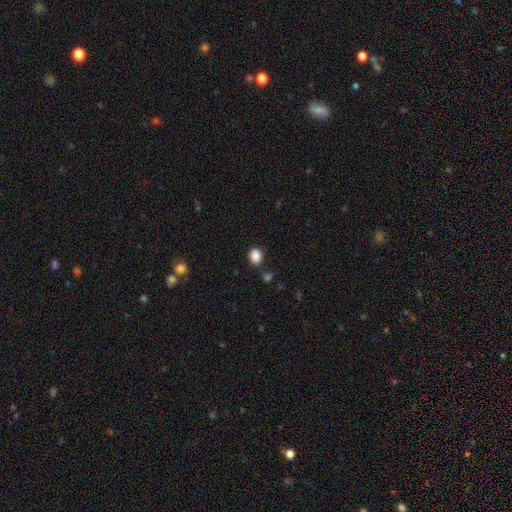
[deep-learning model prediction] smooth_or_featured: smooth (p=0.87) [alt: star or artifact p=0.10]
how_rounded: in between (p=0.53) [alt: round p=0.46]
merging: none (p=0.76) [alt: minor disturbance p=0.14]